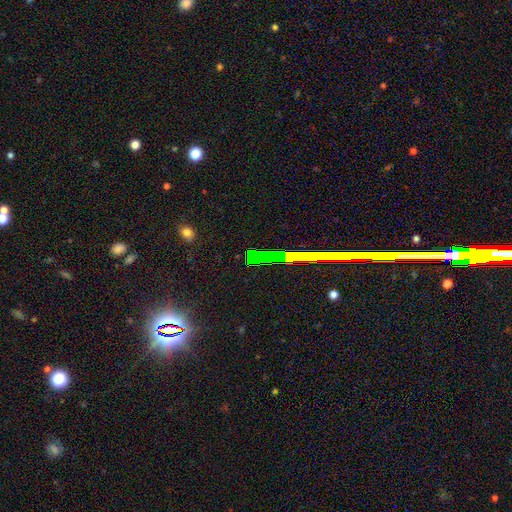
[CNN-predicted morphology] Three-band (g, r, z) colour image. It shows a star or artifact, not a galaxy (61%).